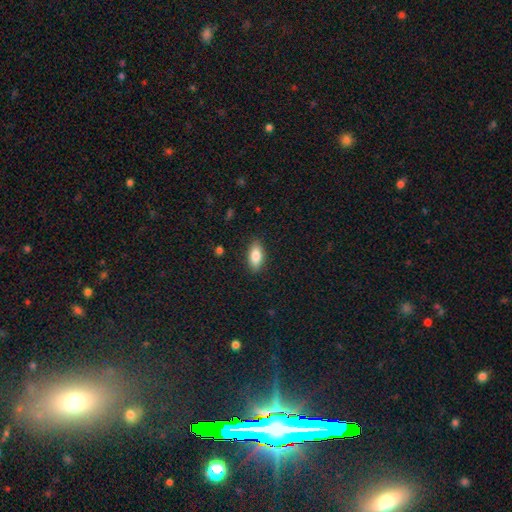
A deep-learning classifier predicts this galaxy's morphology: The model was most divided on "smooth or featured": smooth: 84%, featured or disk: 9%, star or artifact: 7%. More confident: merging — none (87%); how rounded — in between (87%).